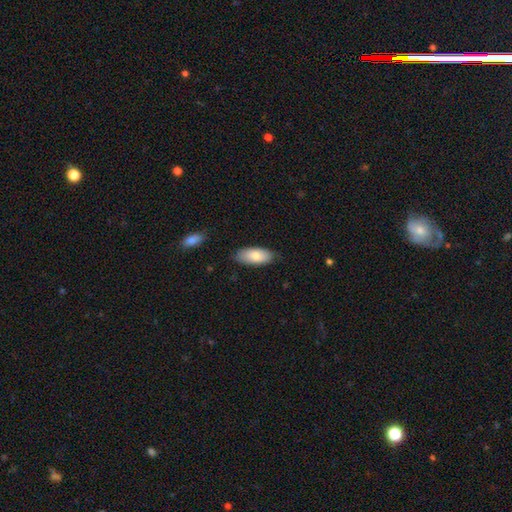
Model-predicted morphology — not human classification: A smooth galaxy with no disk features (80%) that is in between round and cigar-shaped (89%).

Vote fractions:
- Smooth or featured? smooth: 80% / featured or disk: 14% / star or artifact: 6%
- How rounded? in between: 89% / cigar-shaped: 9% / round: 2%
- Merging? none: 80% / minor disturbance: 16% / major disturbance: 3% / merger: 1%